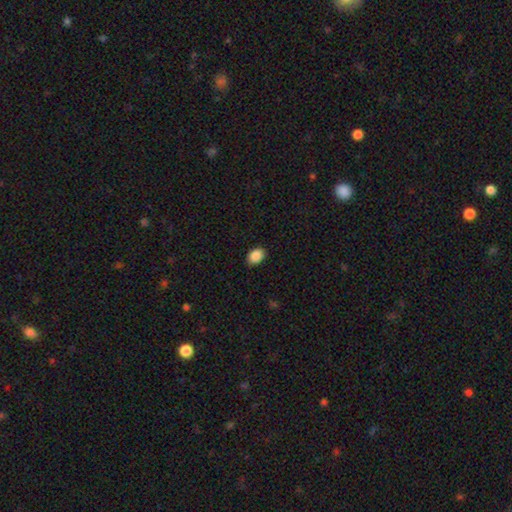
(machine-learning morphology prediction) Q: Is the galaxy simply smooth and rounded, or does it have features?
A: smooth — 89%.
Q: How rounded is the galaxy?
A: in between — 79%.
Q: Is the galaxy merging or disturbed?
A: none — 88%.